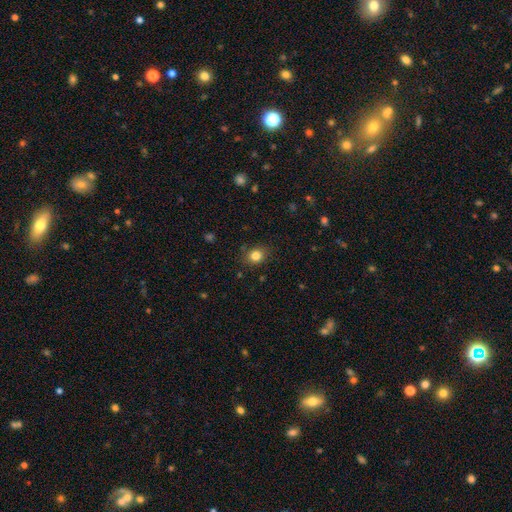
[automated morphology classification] Smooth or featured: smooth — 82% (star or artifact — 12%)
How rounded: round — 69% (in between — 30%)
Merging: none — 85% (minor disturbance — 11%)